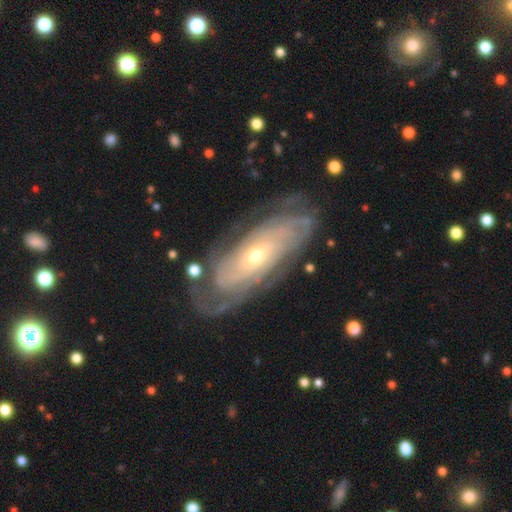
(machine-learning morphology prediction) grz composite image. It shows a featured or disk galaxy (84%) with no bar (73%), tight (76%) spiral arms (91%) and a small central bulge (59%). Merging: none (76%).